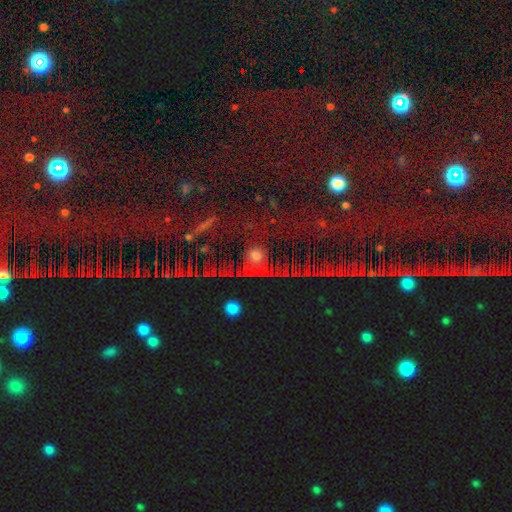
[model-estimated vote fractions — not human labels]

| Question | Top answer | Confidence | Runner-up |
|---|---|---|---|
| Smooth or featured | star or artifact | 45% | smooth (39%) |